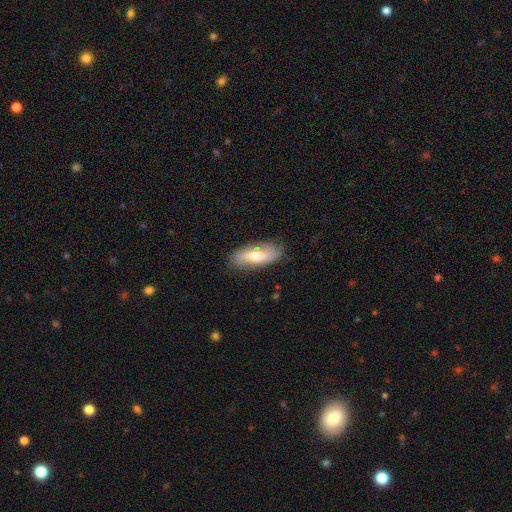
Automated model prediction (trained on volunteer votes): Q: Smooth or featured?
A: smooth (55%); runner-up: featured or disk (38%)
Q: How rounded?
A: in between (69%); runner-up: cigar-shaped (28%)
Q: Merging?
A: none (84%); runner-up: minor disturbance (12%)